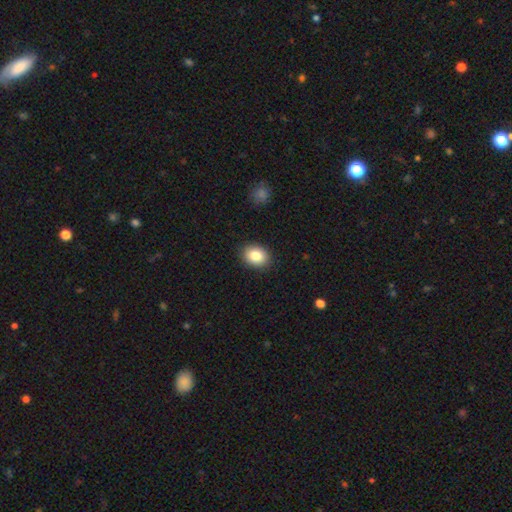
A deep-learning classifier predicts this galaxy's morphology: Smooth or featured?
  - smooth: 84% *
  - star or artifact: 9%
  - featured or disk: 7%
How rounded?
  - in between: 54% *
  - round: 45%
  - cigar-shaped: 1%
Merging?
  - none: 89% *
  - minor disturbance: 7%
  - major disturbance: 2%
  - merger: 1%